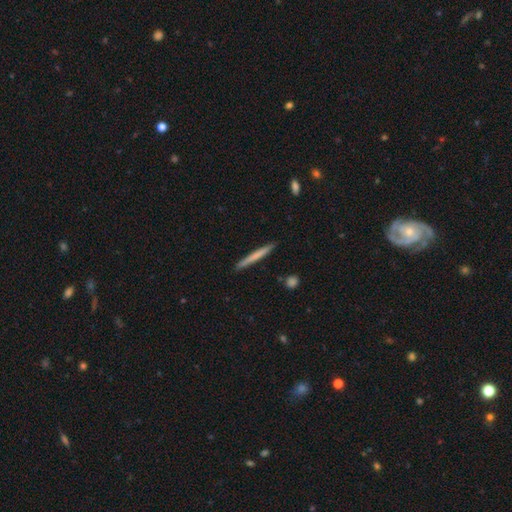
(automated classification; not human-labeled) Smooth or featured?
  - smooth: 64% *
  - featured or disk: 31%
  - star or artifact: 5%
How rounded?
  - cigar-shaped: 97% *
  - in between: 2%
  - round: 1%
Merging?
  - none: 91% *
  - minor disturbance: 6%
  - merger: 1%
  - major disturbance: 1%